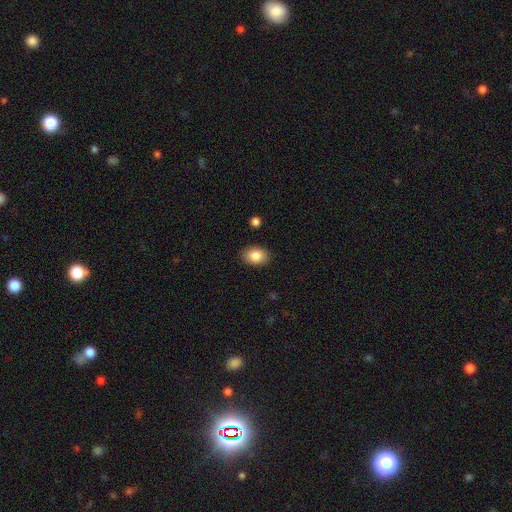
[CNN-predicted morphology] This is clearly a smooth galaxy (85%). How rounded: likely in between (76%). Merging: clearly none (88%).